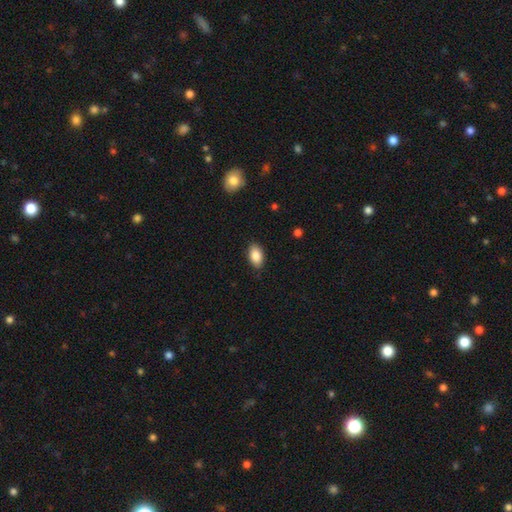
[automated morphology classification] A smooth galaxy with no disk features (87%) that is in between round and cigar-shaped (93%).

Vote fractions:
- Smooth or featured? smooth: 87% / star or artifact: 7% / featured or disk: 6%
- How rounded? in between: 93% / round: 5% / cigar-shaped: 2%
- Merging? none: 86% / minor disturbance: 11% / major disturbance: 2% / merger: 1%